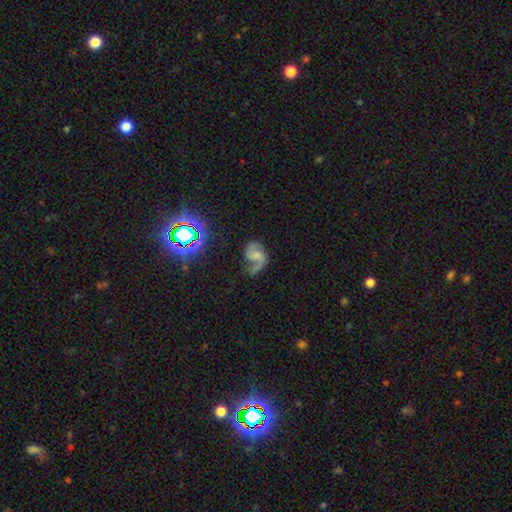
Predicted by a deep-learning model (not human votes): This is likely a featured or disk galaxy (76%). It is clearly not viewed edge-on (98%). Bar: possibly no (48%). Spiral arm pattern: clearly yes (94%). Spiral arm count: likely 2 (73%). Spiral winding: marginally loose (45%). Central bulge: marginally none (38%). Merging: possibly none (52%).